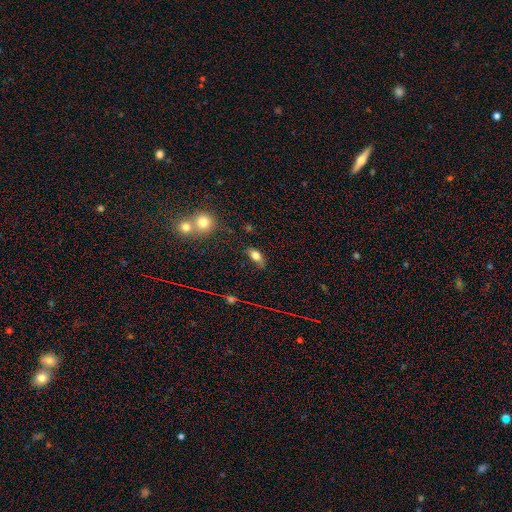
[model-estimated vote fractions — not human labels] This appears to be a smooth galaxy with no disk features (75%) that is in between round and cigar-shaped (85%). Merging: none (62%).